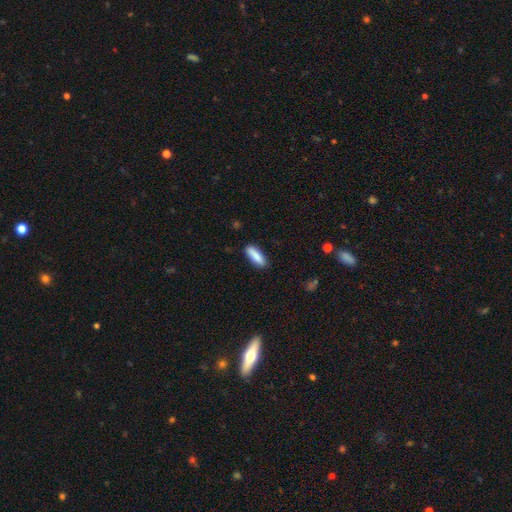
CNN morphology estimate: This is clearly a smooth galaxy (86%). How rounded: possibly cigar-shaped (50%). Merging: clearly none (86%).